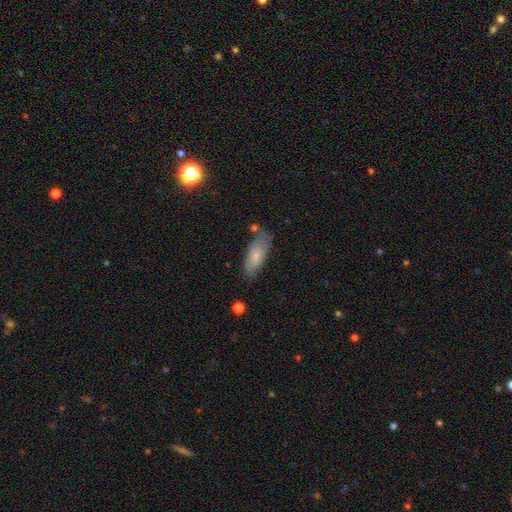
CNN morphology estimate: A smooth galaxy with no disk features (66%) that is in between round and cigar-shaped (76%).

Vote fractions:
- Smooth or featured? smooth: 66% / featured or disk: 27% / star or artifact: 7%
- How rounded? in between: 76% / cigar-shaped: 22% / round: 2%
- Merging? none: 67% / minor disturbance: 22% / merger: 6% / major disturbance: 5%